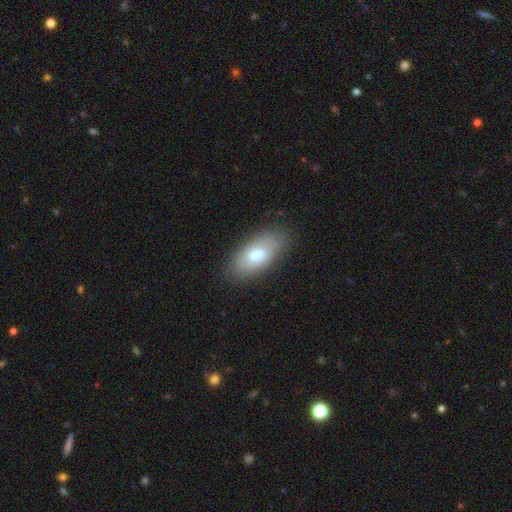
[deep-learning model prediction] The model was most divided on "smooth or featured": smooth: 69%, featured or disk: 23%, star or artifact: 8%. More confident: how rounded — in between (90%); merging — none (83%).